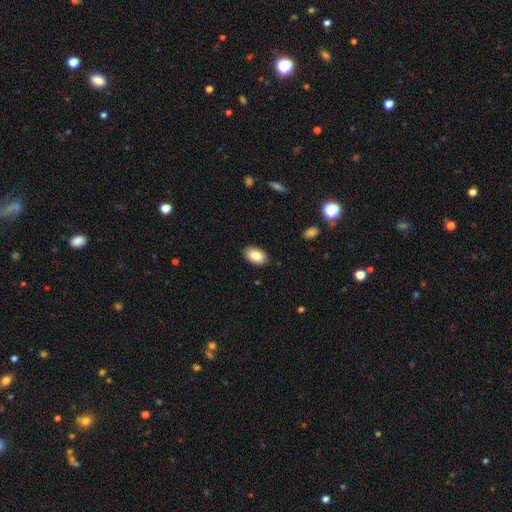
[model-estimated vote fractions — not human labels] smooth_or_featured: smooth (p=0.84) [alt: featured or disk p=0.10]
how_rounded: in between (p=0.93) [alt: round p=0.06]
merging: none (p=0.88) [alt: minor disturbance p=0.09]